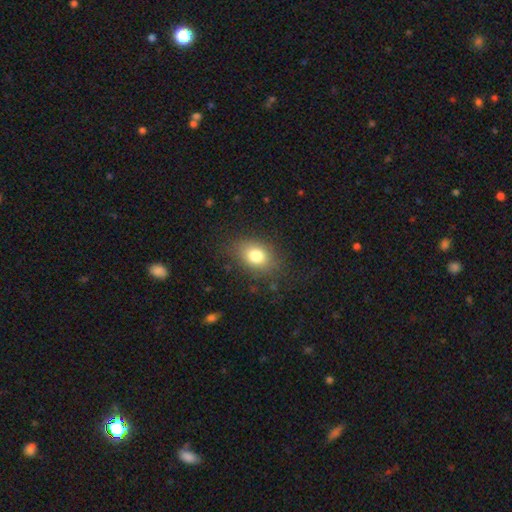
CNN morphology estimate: Q: Smooth or featured?
A: smooth (78%); runner-up: featured or disk (12%)
Q: How rounded?
A: in between (70%); runner-up: round (29%)
Q: Merging?
A: none (79%); runner-up: minor disturbance (15%)